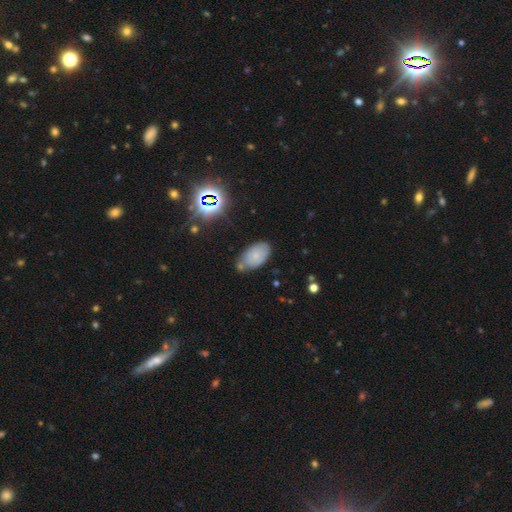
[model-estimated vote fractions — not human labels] Smooth or featured?
  - smooth: 72% *
  - featured or disk: 17%
  - star or artifact: 11%
How rounded?
  - in between: 94% *
  - round: 4%
  - cigar-shaped: 2%
Merging?
  - none: 59% *
  - minor disturbance: 25%
  - merger: 10%
  - major disturbance: 5%